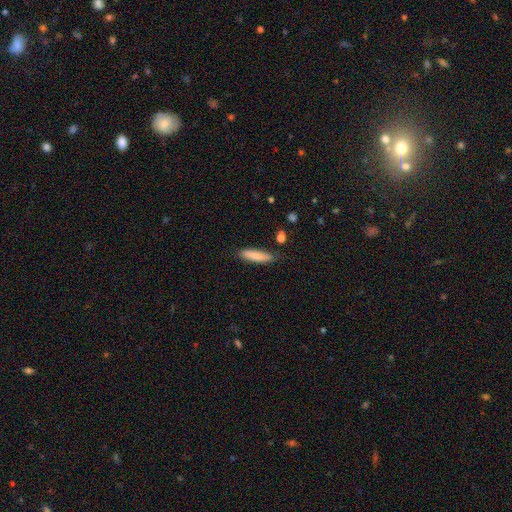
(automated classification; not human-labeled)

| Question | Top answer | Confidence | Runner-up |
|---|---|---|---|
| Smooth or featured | smooth | 83% | featured or disk (11%) |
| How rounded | cigar-shaped | 75% | in between (23%) |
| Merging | none | 82% | minor disturbance (14%) |